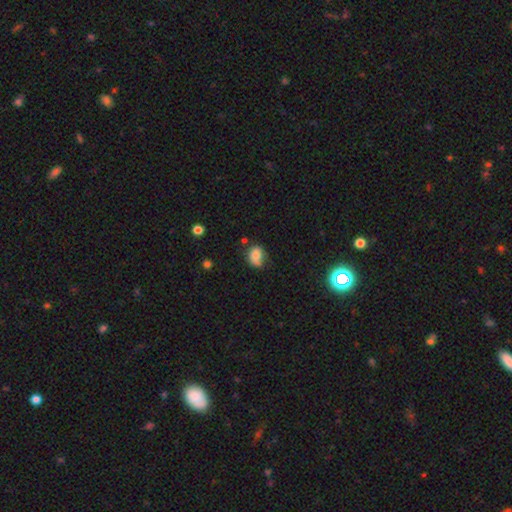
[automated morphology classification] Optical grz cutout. It shows a smooth galaxy with no disk features (73%) that is in between round and cigar-shaped (51%). Merging: none (51%).